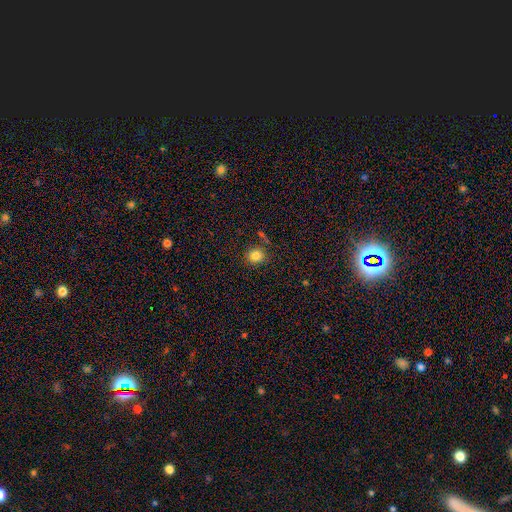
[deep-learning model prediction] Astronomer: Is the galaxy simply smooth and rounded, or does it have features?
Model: smooth — 82%.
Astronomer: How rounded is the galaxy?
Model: round — 79%.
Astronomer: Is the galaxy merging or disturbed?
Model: none — 79%.